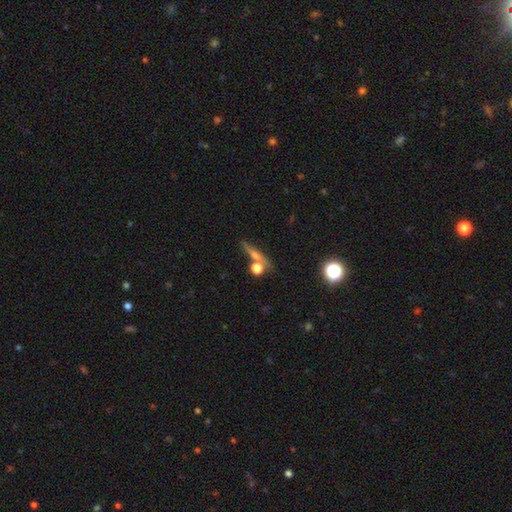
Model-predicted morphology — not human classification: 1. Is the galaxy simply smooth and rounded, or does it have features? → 44% featured or disk, 39% smooth, 17% star or artifact.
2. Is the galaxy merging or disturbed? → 67% none, 15% merger, 12% minor disturbance, 6% major disturbance.